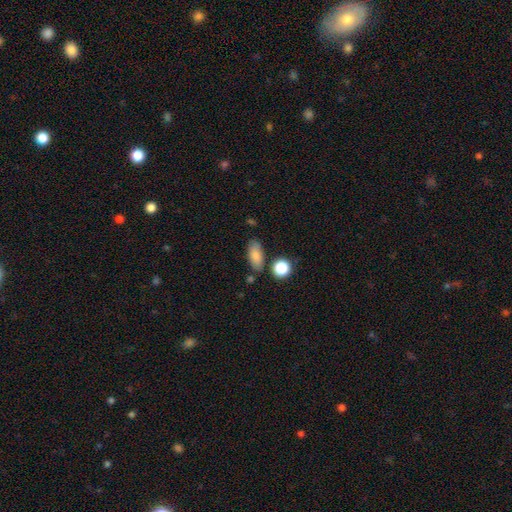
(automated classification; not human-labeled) smooth_or_featured: smooth (p=0.83) [alt: featured or disk p=0.09]
how_rounded: in between (p=0.83) [alt: cigar-shaped p=0.11]
merging: none (p=0.76) [alt: minor disturbance p=0.14]